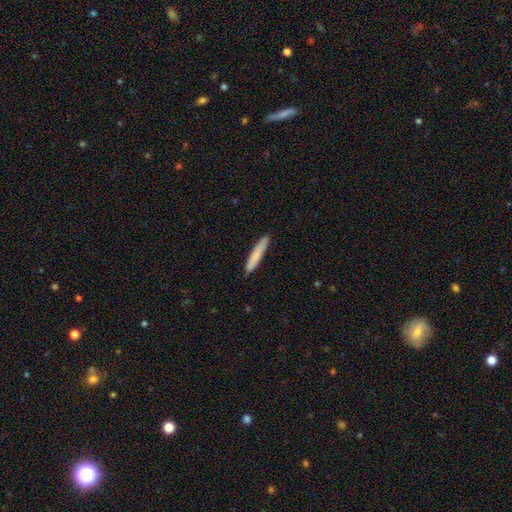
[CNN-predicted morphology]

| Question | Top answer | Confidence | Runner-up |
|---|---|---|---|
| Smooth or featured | smooth | 80% | featured or disk (14%) |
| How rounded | cigar-shaped | 94% | in between (5%) |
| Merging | none | 90% | minor disturbance (8%) |